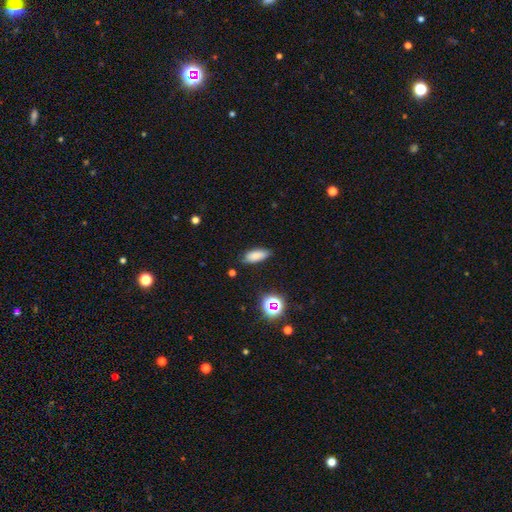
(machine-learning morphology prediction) type=smooth (81%); roundness=in between (79%); merging=none (81%).